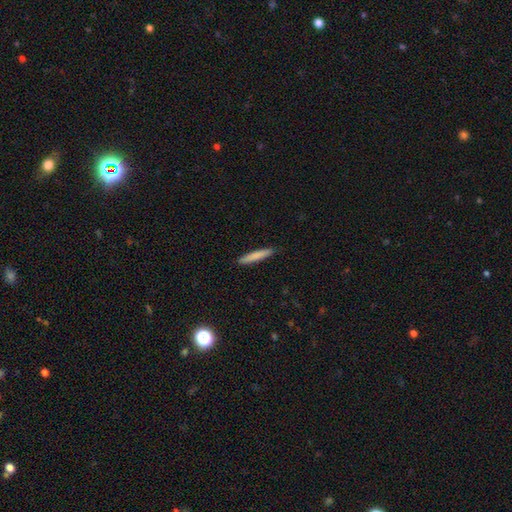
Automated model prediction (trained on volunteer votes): The model was most divided on "smooth or featured": smooth: 81%, featured or disk: 13%, star or artifact: 6%. More confident: how rounded — cigar-shaped (93%); merging — none (91%).